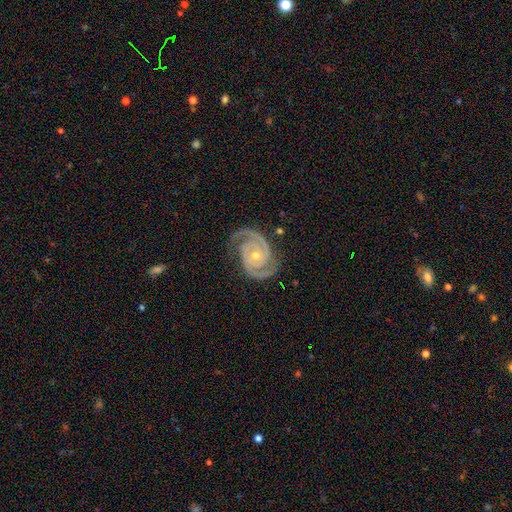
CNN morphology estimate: Smooth or featured? featured or disk (93%)
Edge-on disk? no (98%)
Bar? no (71%)
Spiral arms? yes (99%)
Spiral winding? tight (62%)
Spiral arm count? 2 (92%)
Bulge size? small (54%)
Merging? none (82%)